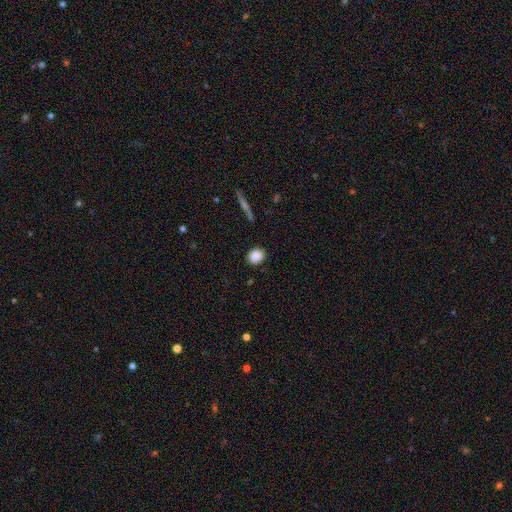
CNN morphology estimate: Overall: smooth (87%). How rounded: round (64%; in between 35%). Merging: none (88%).